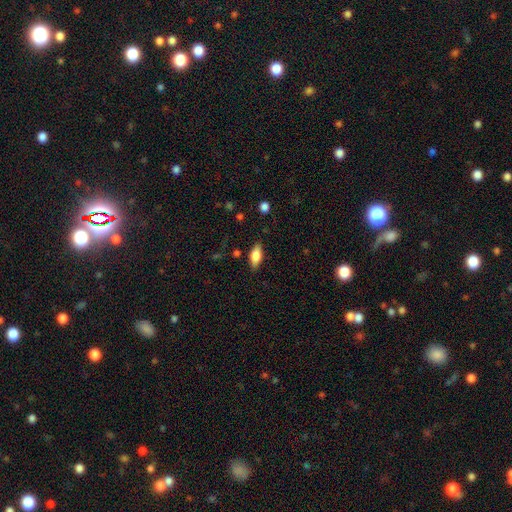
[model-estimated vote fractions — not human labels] Overall: smooth (74%). How rounded: in between (84%). Merging: none (84%).